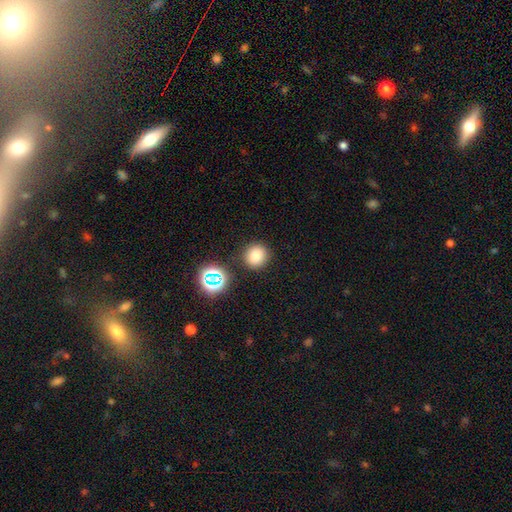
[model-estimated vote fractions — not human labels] smooth-or-featured: smooth: 79% | star or artifact: 15% | featured or disk: 6%
  how-rounded: round: 88% | in between: 11% | cigar-shaped: 1%
  merging: none: 86% | minor disturbance: 7% | merger: 4% | major disturbance: 3%